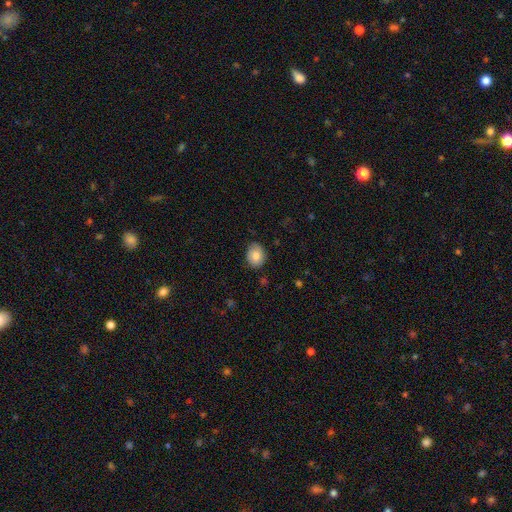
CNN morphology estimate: Q: Smooth or featured?
A: smooth (79%); runner-up: featured or disk (13%)
Q: How rounded?
A: round (55%); runner-up: in between (44%)
Q: Merging?
A: none (79%); runner-up: minor disturbance (17%)